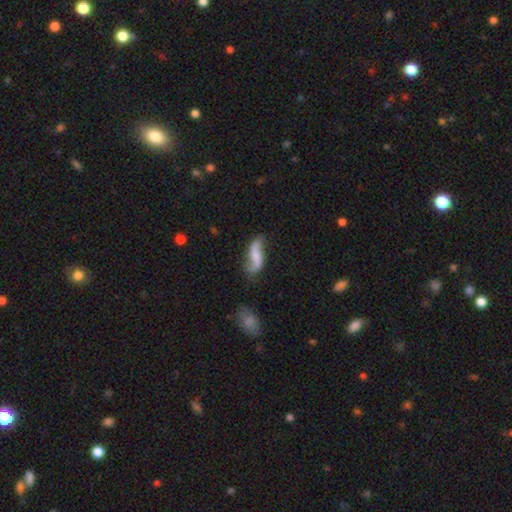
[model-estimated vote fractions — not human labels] Overall: featured or disk (63%; smooth 30%). Edge-on disk: no (91%). Bar: no (43%; weak 37%). Spiral arms: yes (91%). Spiral arm count: 2 (89%). Spiral winding: loose (86%). Bulge size: none (39%; small 31%). Merging: none (60%; minor disturbance 24%).